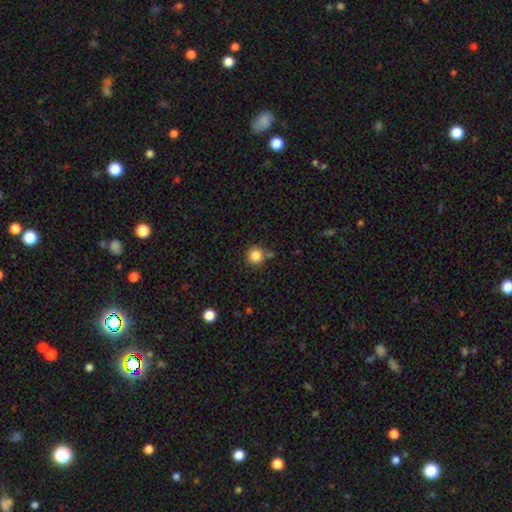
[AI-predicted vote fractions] Smooth or featured? smooth (84%)
How rounded? round (92%)
Merging? none (72%)